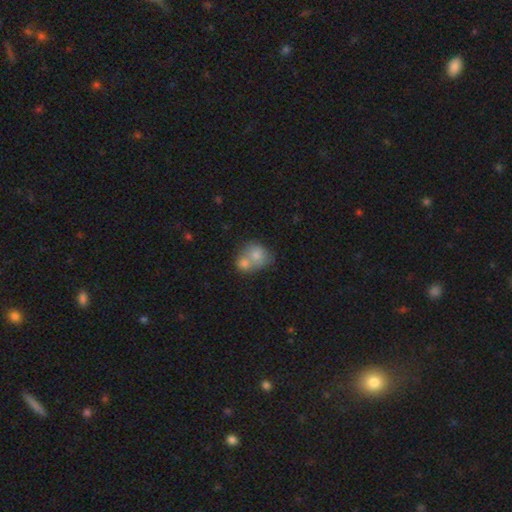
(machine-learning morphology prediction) smooth_or_featured: smooth (p=0.74) [alt: featured or disk p=0.18]
how_rounded: round (p=0.66) [alt: in between p=0.33]
merging: merger (p=0.66) [alt: none p=0.23]